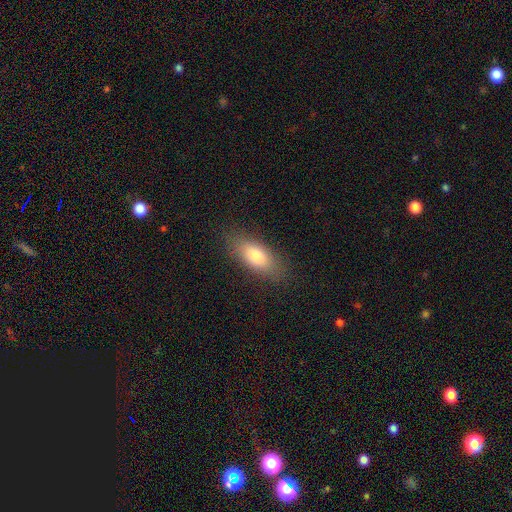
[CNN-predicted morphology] smooth_or_featured: smooth (p=0.79) [alt: featured or disk p=0.14]
how_rounded: in between (p=0.81) [alt: cigar-shaped p=0.15]
merging: none (p=0.85) [alt: minor disturbance p=0.11]